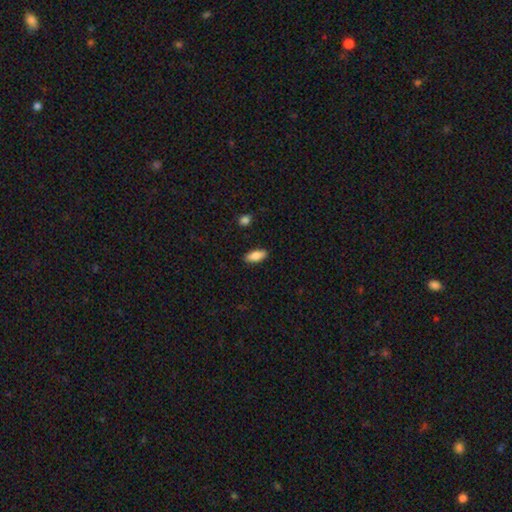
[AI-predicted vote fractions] Overall: smooth (84%). How rounded: in between (80%). Merging: none (89%).